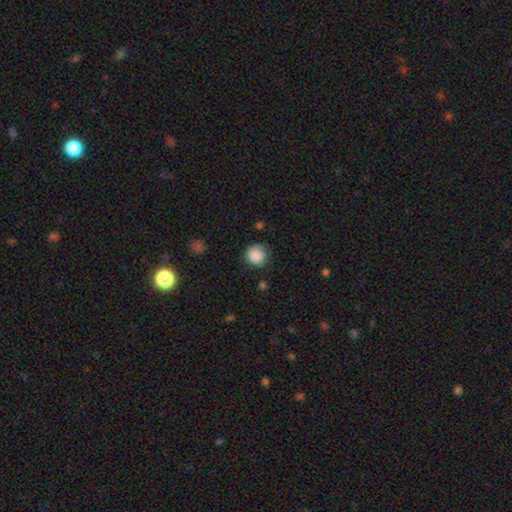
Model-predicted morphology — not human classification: Smooth or featured: smooth — 87% (star or artifact — 9%)
How rounded: round — 89% (in between — 10%)
Merging: none — 78% (minor disturbance — 16%)